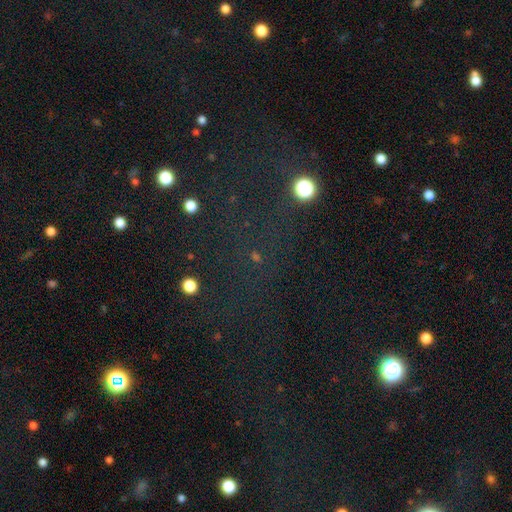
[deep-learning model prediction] A star or artifact, not a galaxy (65%).

Vote fractions:
- Smooth or featured? star or artifact: 65% / smooth: 23% / featured or disk: 12%